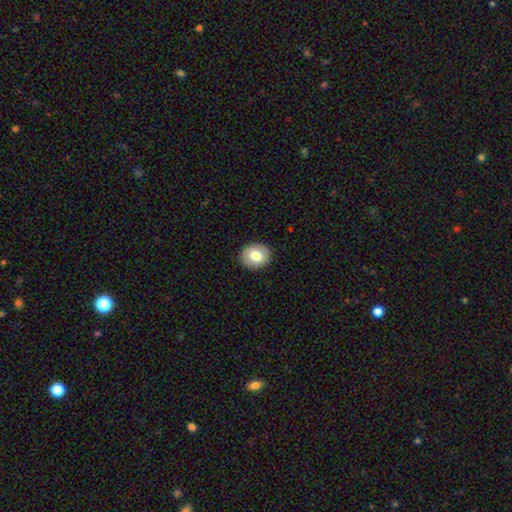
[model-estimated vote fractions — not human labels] Q: Smooth or featured?
A: smooth (78%); runner-up: featured or disk (14%)
Q: How rounded?
A: round (63%); runner-up: in between (36%)
Q: Merging?
A: none (90%); runner-up: minor disturbance (7%)